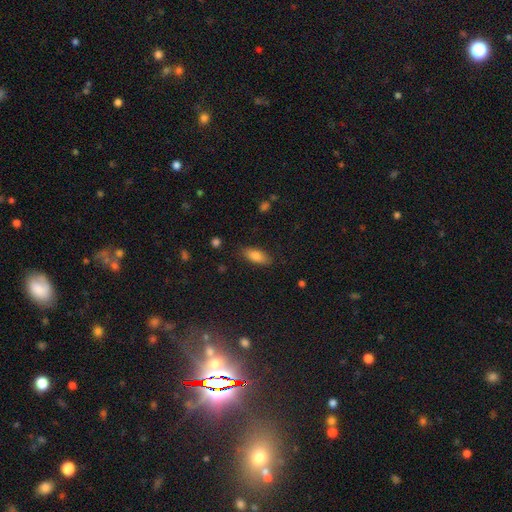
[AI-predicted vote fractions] Q: Smooth or featured?
A: smooth (82%); runner-up: featured or disk (11%)
Q: How rounded?
A: in between (82%); runner-up: cigar-shaped (15%)
Q: Merging?
A: none (84%); runner-up: minor disturbance (11%)